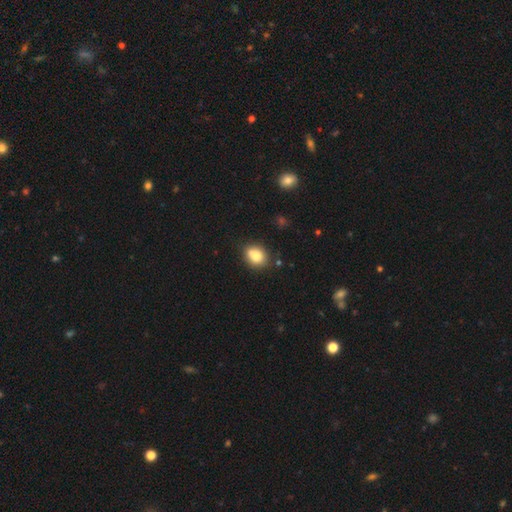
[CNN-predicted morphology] A smooth galaxy with no disk features (79%) that is round (53%).

Vote fractions:
- Smooth or featured? smooth: 79% / featured or disk: 12% / star or artifact: 10%
- How rounded? round: 53% / in between: 46% / cigar-shaped: 1%
- Merging? none: 63% / minor disturbance: 17% / merger: 16% / major disturbance: 4%